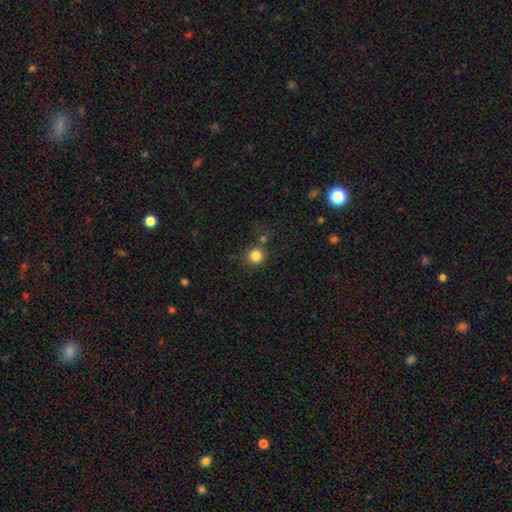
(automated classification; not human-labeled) This appears to be a smooth galaxy with no disk features (83%) that is round (92%). Merging: none (74%).